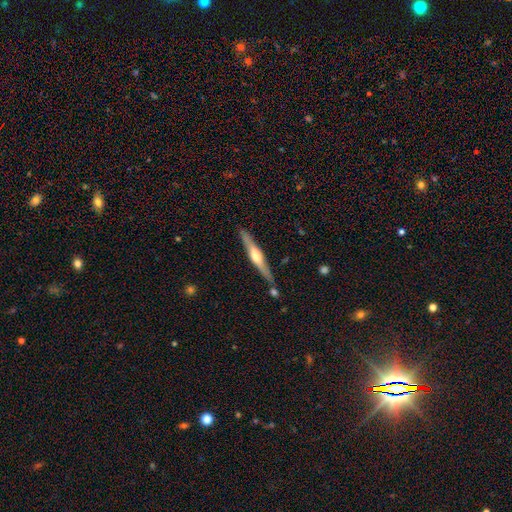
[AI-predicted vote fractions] This appears to be a featured or disk galaxy (68%) viewed edge-on (97%) with a rounded central bulge (85%). Merging: none (81%).